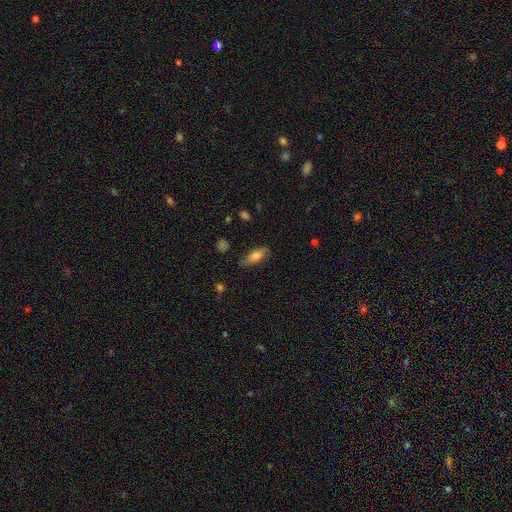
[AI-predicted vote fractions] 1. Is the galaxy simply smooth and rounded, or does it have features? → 69% smooth, 24% featured or disk, 7% star or artifact.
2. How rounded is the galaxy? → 77% in between, 20% cigar-shaped, 3% round.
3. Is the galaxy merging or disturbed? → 75% none, 19% minor disturbance, 4% major disturbance, 1% merger.